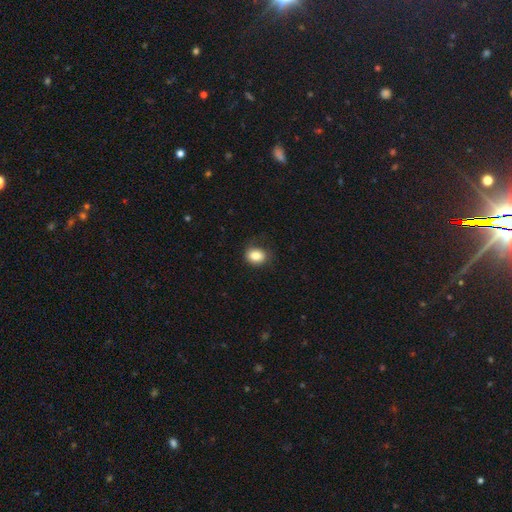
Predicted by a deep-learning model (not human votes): smooth-or-featured: smooth: 84% | star or artifact: 9% | featured or disk: 7%
  how-rounded: in between: 56% | round: 43% | cigar-shaped: 1%
  merging: none: 76% | minor disturbance: 18% | major disturbance: 5% | merger: 1%